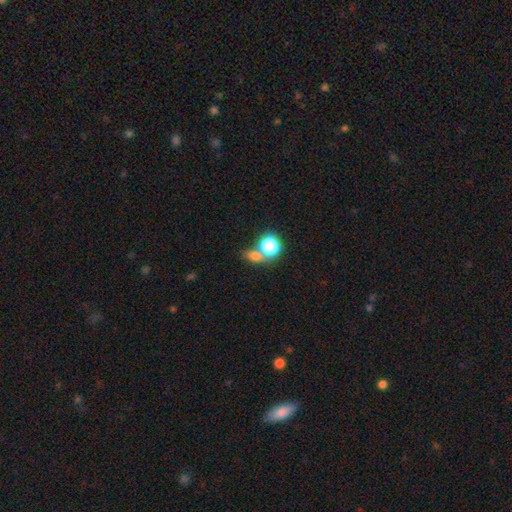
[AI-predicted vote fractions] A smooth galaxy with no disk features (72%) that is round (59%). Merging: none (45%).